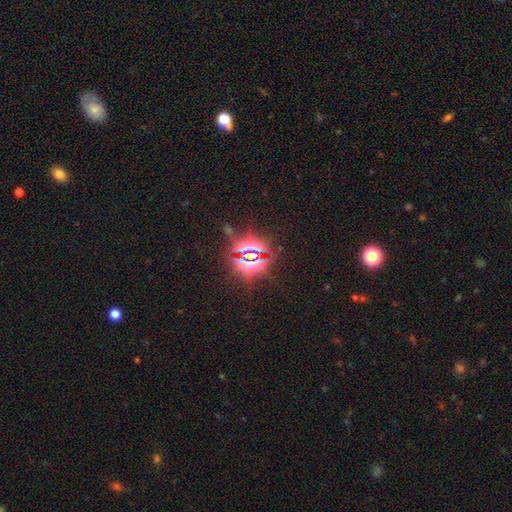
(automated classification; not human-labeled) Smooth or featured: star or artifact — 82% (smooth — 11%)